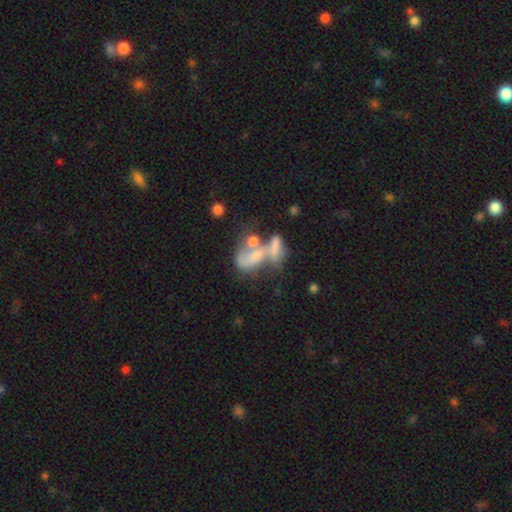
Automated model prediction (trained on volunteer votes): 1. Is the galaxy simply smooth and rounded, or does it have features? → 49% featured or disk, 37% smooth, 15% star or artifact.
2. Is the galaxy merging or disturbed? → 58% merger, 18% major disturbance, 15% none, 9% minor disturbance.